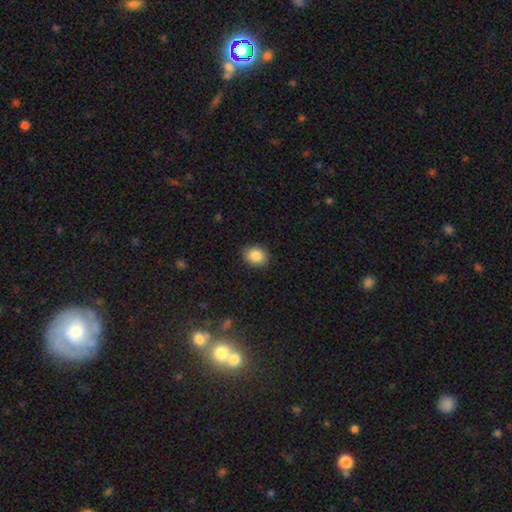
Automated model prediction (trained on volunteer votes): Smooth or featured?
  - smooth: 87% *
  - star or artifact: 8%
  - featured or disk: 4%
How rounded?
  - round: 59% *
  - in between: 40%
  - cigar-shaped: 1%
Merging?
  - none: 87% *
  - minor disturbance: 9%
  - major disturbance: 2%
  - merger: 1%